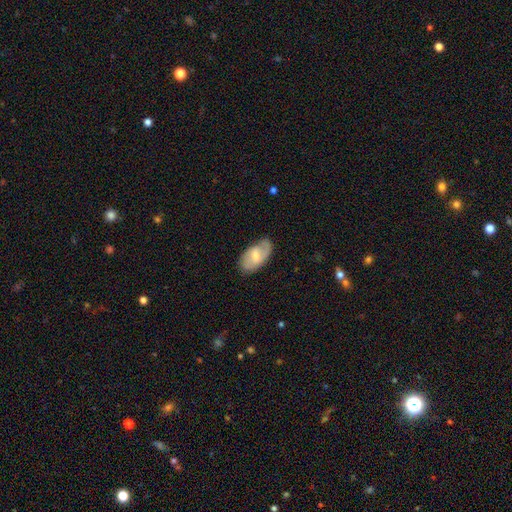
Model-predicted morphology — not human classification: type=featured or disk (62%); edge-on=no (95%); bar=weak (55%); spiral arms=yes (84%); bulge=moderate (48%); merging=none (73%).